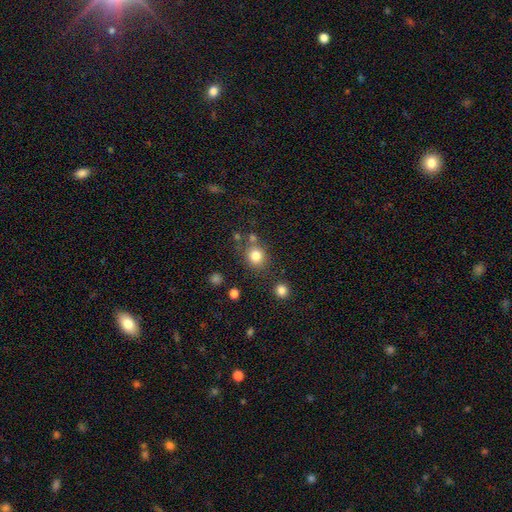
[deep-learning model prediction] This is clearly a smooth galaxy (81%). How rounded: clearly round (82%). Merging: likely none (74%).